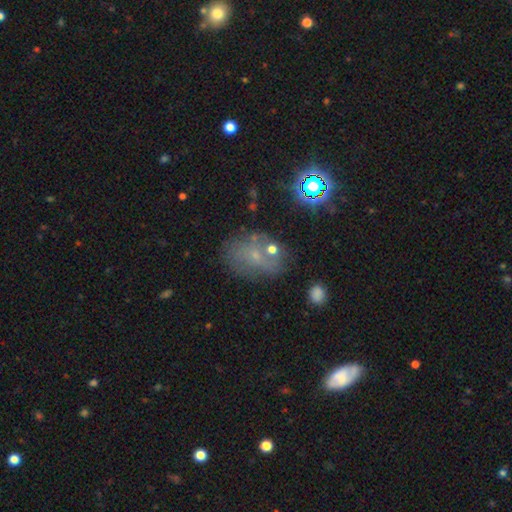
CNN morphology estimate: smooth 38%, featured or disk 33%, star or artifact 29%. Down the decision tree: merging — none (57%).